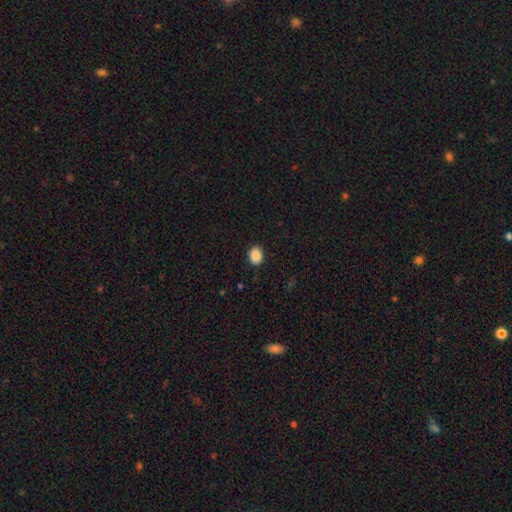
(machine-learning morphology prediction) Smooth or featured?
  - smooth: 89% *
  - star or artifact: 8%
  - featured or disk: 3%
How rounded?
  - in between: 51% *
  - round: 48%
  - cigar-shaped: 1%
Merging?
  - none: 90% *
  - minor disturbance: 7%
  - major disturbance: 2%
  - merger: 1%